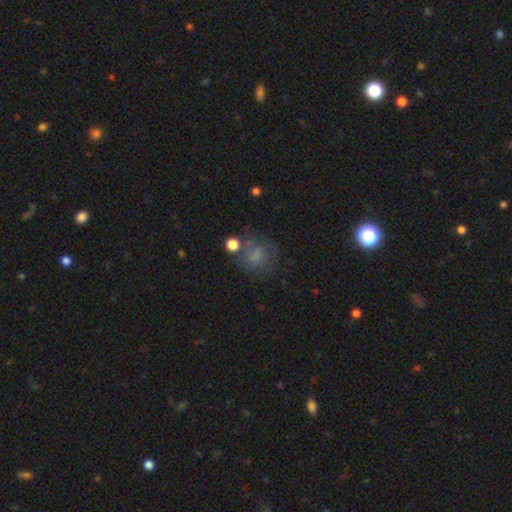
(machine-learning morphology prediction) A smooth galaxy with no disk features (59%) that is round (76%).

Vote fractions:
- Smooth or featured? smooth: 59% / featured or disk: 26% / star or artifact: 15%
- How rounded? round: 76% / in between: 23% / cigar-shaped: 1%
- Merging? none: 56% / minor disturbance: 20% / major disturbance: 16% / merger: 8%